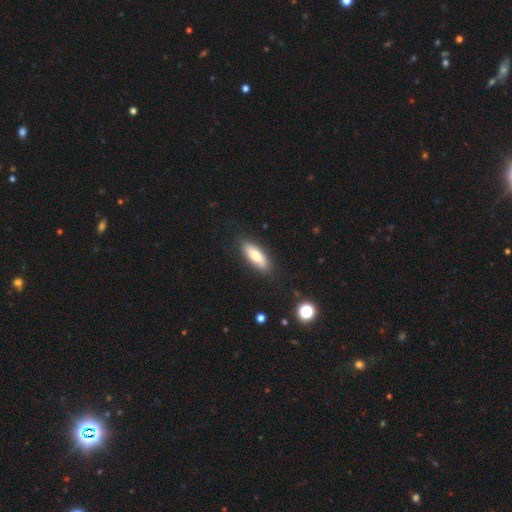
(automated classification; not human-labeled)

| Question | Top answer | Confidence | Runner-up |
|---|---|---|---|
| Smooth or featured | smooth | 73% | featured or disk (21%) |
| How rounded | in between | 66% | cigar-shaped (32%) |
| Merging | none | 86% | minor disturbance (11%) |